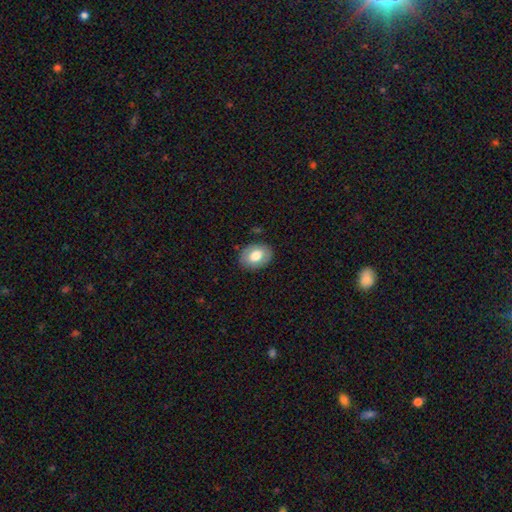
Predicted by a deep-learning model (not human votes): Smooth or featured? smooth (71%)
How rounded? in between (76%)
Merging? none (85%)